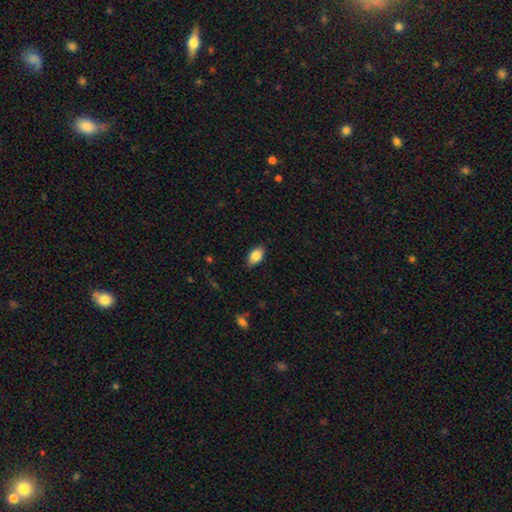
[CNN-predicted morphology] This appears to be a smooth galaxy with no disk features (86%) that is in between round and cigar-shaped (91%). Merging: none (85%).